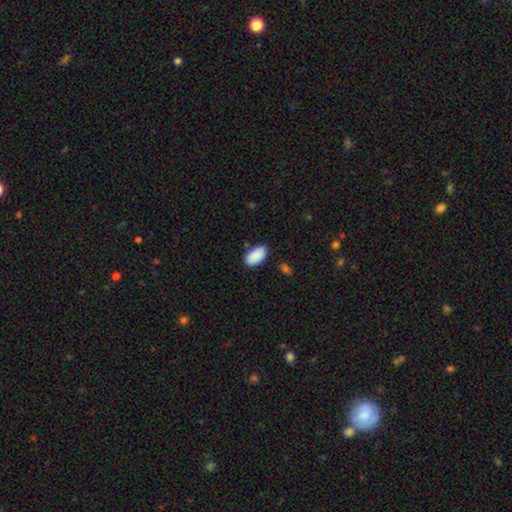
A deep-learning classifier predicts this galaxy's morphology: Smooth or featured: smooth — 90% (star or artifact — 6%)
How rounded: in between — 95% (round — 3%)
Merging: none — 79% (minor disturbance — 15%)